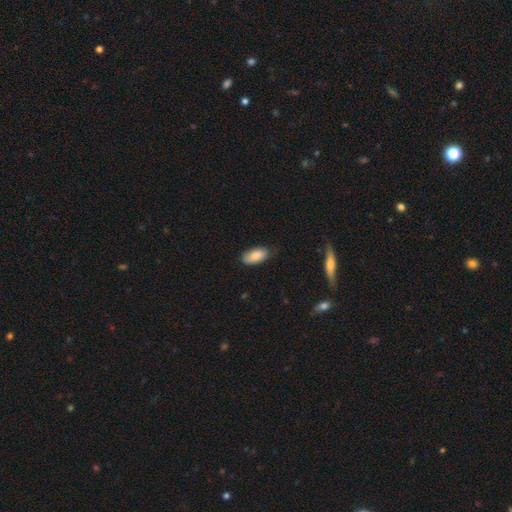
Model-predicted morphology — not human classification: The model was most divided on "merging": none: 72%, minor disturbance: 23%, major disturbance: 3%, merger: 1%. More confident: how rounded — in between (93%); smooth or featured — smooth (84%).